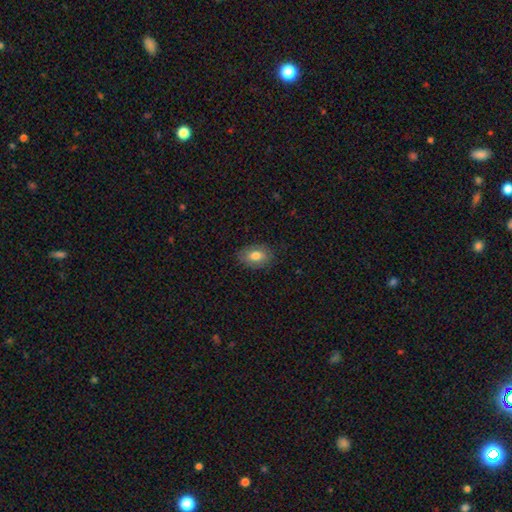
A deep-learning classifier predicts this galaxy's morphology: smooth-or-featured: smooth: 77% | featured or disk: 16% | star or artifact: 8%
  how-rounded: in between: 86% | round: 12% | cigar-shaped: 1%
  merging: none: 82% | minor disturbance: 13% | major disturbance: 3% | merger: 1%